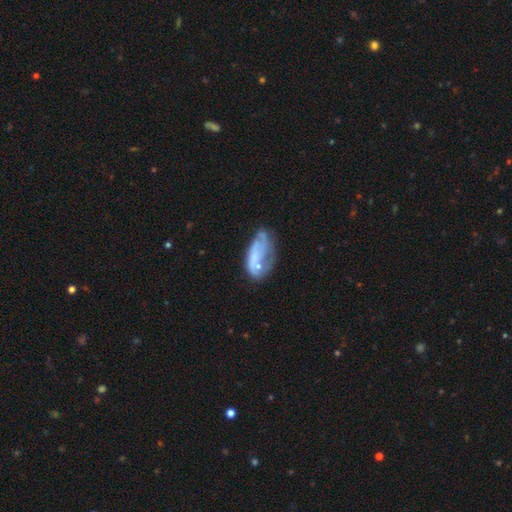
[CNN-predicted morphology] Q: Smooth or featured?
A: featured or disk (50%); runner-up: smooth (41%)
Q: Merging?
A: none (36%); runner-up: minor disturbance (28%)